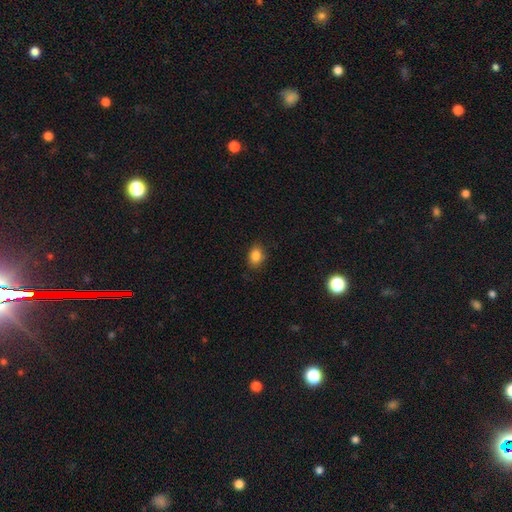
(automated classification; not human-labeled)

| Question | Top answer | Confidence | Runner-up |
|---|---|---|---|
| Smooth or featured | smooth | 85% | star or artifact (10%) |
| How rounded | in between | 66% | round (33%) |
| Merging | none | 82% | minor disturbance (14%) |